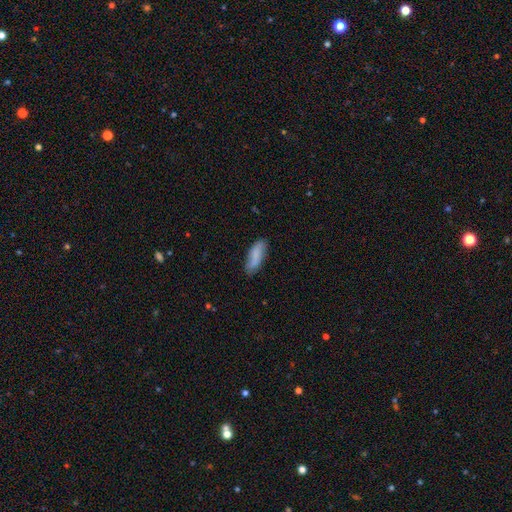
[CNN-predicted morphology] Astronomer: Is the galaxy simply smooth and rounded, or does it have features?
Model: smooth — 79%.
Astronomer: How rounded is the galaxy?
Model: in between — 63%.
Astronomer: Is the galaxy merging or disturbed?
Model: none — 72%.